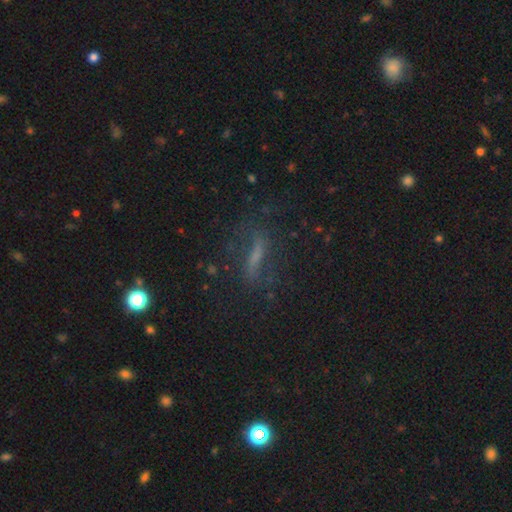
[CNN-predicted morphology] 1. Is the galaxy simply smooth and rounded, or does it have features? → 46% featured or disk, 33% smooth, 21% star or artifact.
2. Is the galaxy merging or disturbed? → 70% none, 16% minor disturbance, 12% major disturbance, 2% merger.